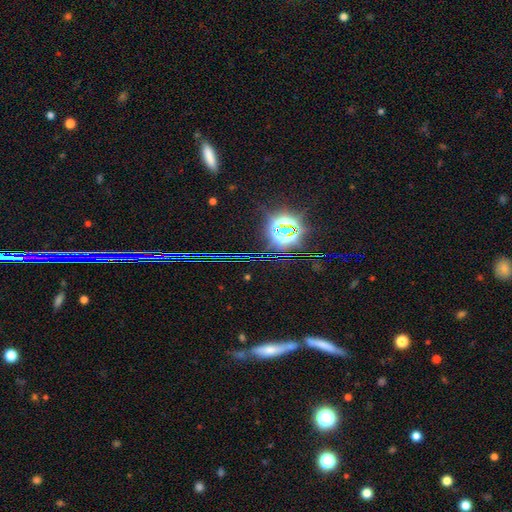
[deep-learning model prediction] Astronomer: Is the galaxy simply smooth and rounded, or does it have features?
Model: star or artifact — 57%.